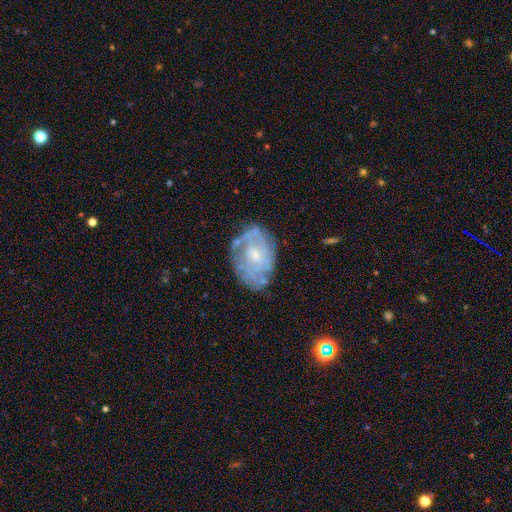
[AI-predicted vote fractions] Q: Smooth or featured?
A: featured or disk (69%); runner-up: smooth (23%)
Q: Edge-on disk?
A: no (96%); runner-up: yes (4%)
Q: Bar?
A: no (69%); runner-up: weak (27%)
Q: Spiral arms?
A: yes (69%); runner-up: no (31%)
Q: Bulge size?
A: small (63%); runner-up: moderate (30%)
Q: Merging?
A: none (65%); runner-up: minor disturbance (23%)